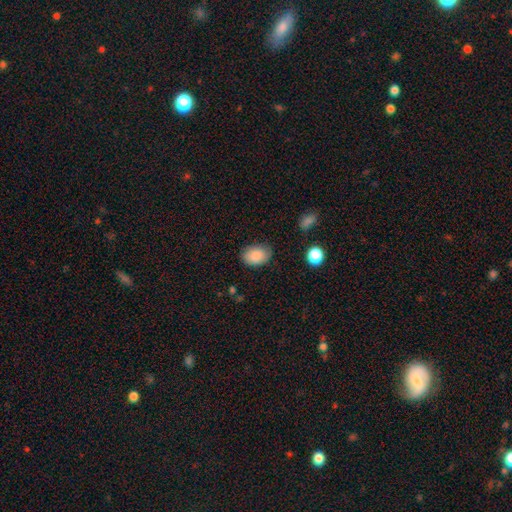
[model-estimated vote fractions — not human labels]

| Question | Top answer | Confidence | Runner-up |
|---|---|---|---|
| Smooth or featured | smooth | 87% | star or artifact (7%) |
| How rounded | in between | 80% | round (19%) |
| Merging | none | 78% | minor disturbance (17%) |